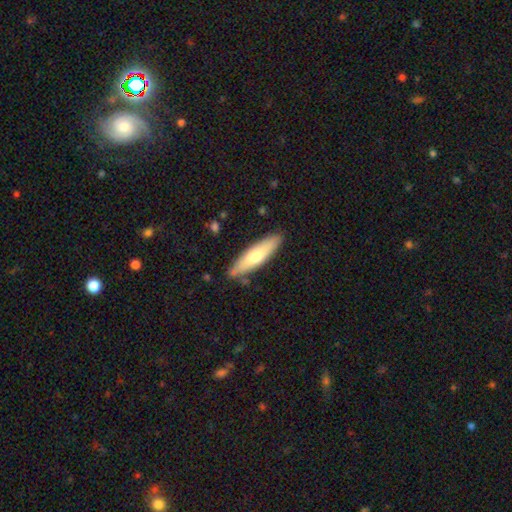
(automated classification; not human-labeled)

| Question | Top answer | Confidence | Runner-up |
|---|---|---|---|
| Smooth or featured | smooth | 65% | featured or disk (30%) |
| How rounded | cigar-shaped | 70% | in between (29%) |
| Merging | none | 85% | minor disturbance (11%) |